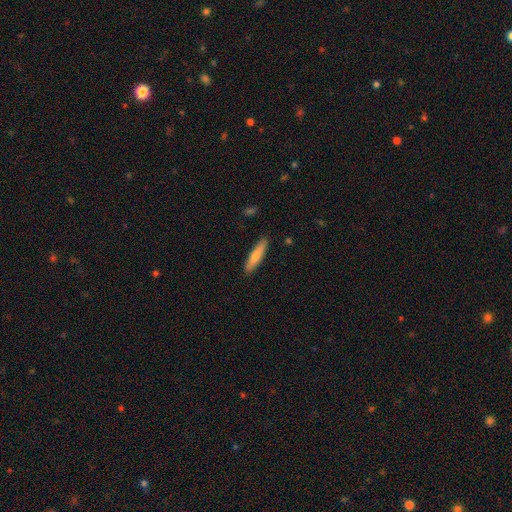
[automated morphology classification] Smooth or featured? smooth (69%)
How rounded? cigar-shaped (82%)
Merging? none (89%)